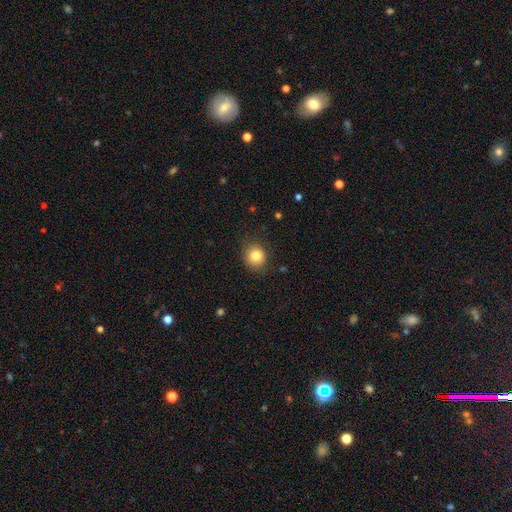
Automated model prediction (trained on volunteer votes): Q: Smooth or featured?
A: smooth (83%); runner-up: star or artifact (10%)
Q: How rounded?
A: round (80%); runner-up: in between (19%)
Q: Merging?
A: none (83%); runner-up: minor disturbance (12%)